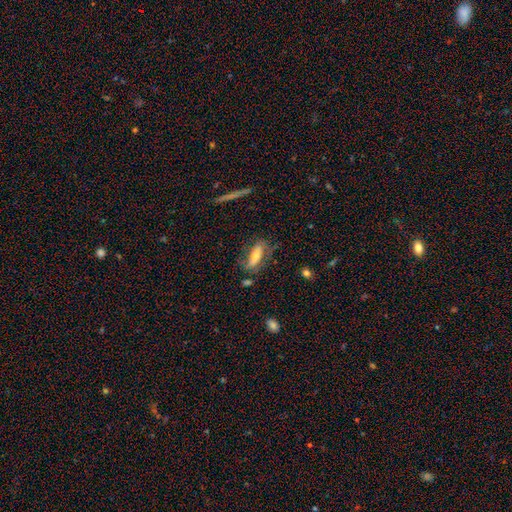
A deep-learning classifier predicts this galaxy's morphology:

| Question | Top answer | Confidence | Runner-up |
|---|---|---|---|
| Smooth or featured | featured or disk | 54% | smooth (37%) |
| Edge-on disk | no | 75% | yes (25%) |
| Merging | none | 60% | minor disturbance (23%) |